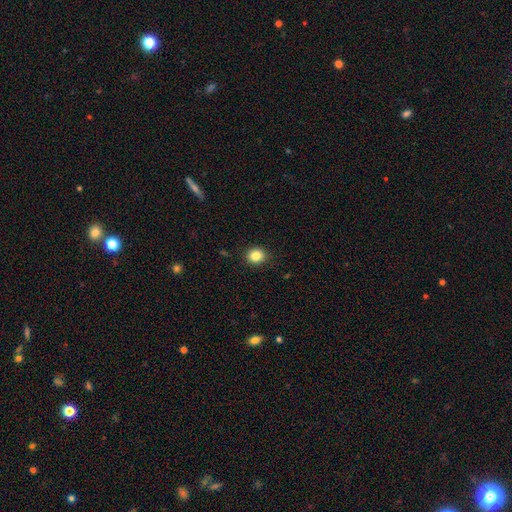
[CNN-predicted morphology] smooth-or-featured: smooth: 84% | star or artifact: 11% | featured or disk: 5%
  how-rounded: round: 79% | in between: 20% | cigar-shaped: 1%
  merging: none: 90% | minor disturbance: 7% | major disturbance: 2% | merger: 1%